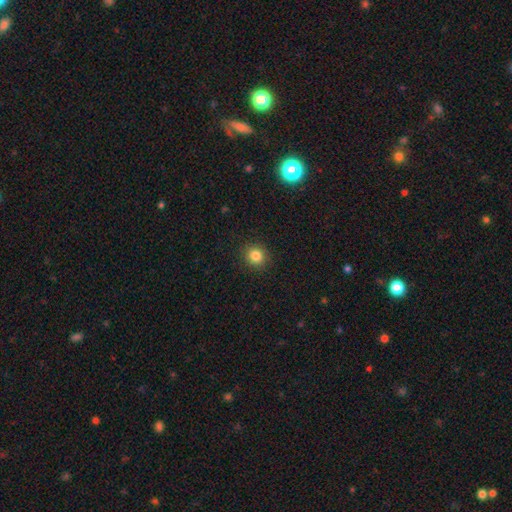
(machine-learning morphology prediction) Q: Smooth or featured?
A: smooth (84%); runner-up: star or artifact (11%)
Q: How rounded?
A: round (85%); runner-up: in between (14%)
Q: Merging?
A: none (90%); runner-up: minor disturbance (6%)